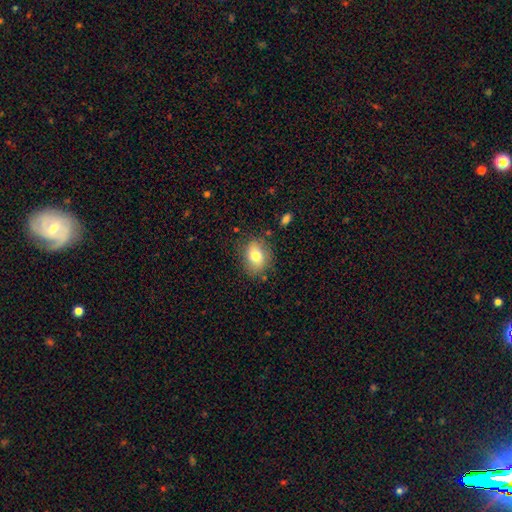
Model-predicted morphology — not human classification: A smooth galaxy with no disk features (75%) that is in between round and cigar-shaped (60%).

Vote fractions:
- Smooth or featured? smooth: 75% / featured or disk: 16% / star or artifact: 9%
- How rounded? in between: 60% / round: 39% / cigar-shaped: 1%
- Merging? none: 78% / minor disturbance: 15% / major disturbance: 4% / merger: 2%